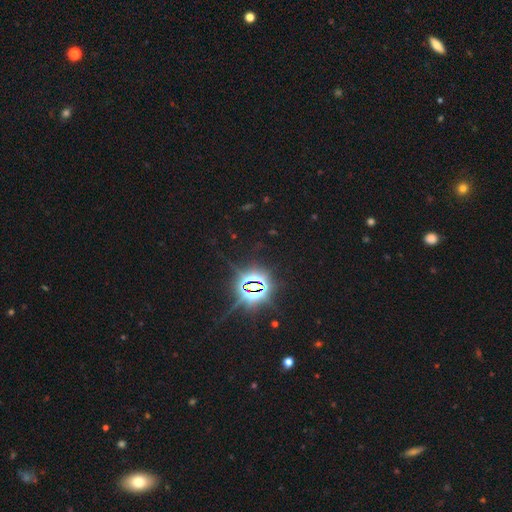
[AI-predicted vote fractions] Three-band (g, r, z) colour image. It shows a star or artifact, not a galaxy (85%).